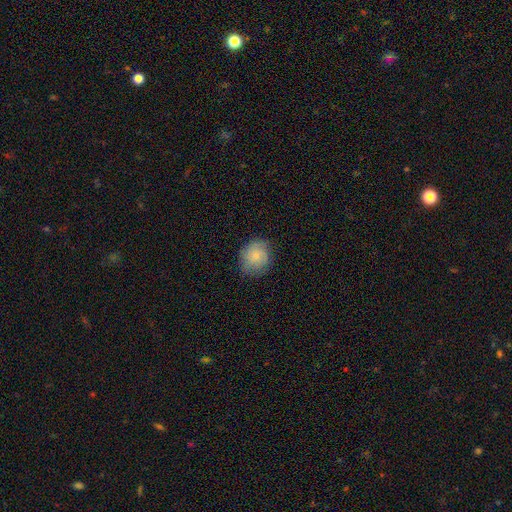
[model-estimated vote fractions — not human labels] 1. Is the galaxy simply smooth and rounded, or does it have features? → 74% smooth, 18% featured or disk, 8% star or artifact.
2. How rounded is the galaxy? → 81% round, 18% in between, 1% cigar-shaped.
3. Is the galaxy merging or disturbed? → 73% none, 21% minor disturbance, 5% major disturbance, 1% merger.